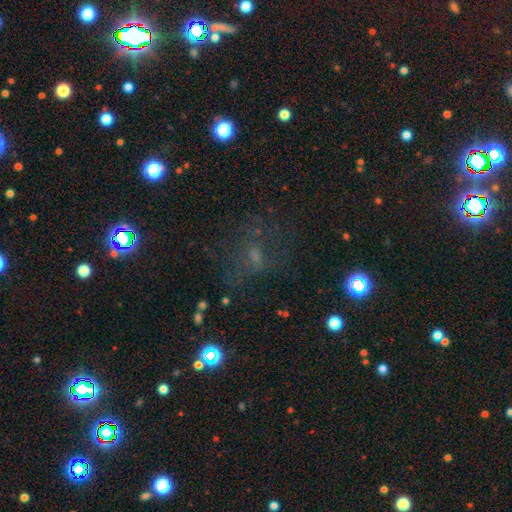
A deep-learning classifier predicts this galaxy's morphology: This is marginally a smooth galaxy (38%). Merging: possibly none (56%).